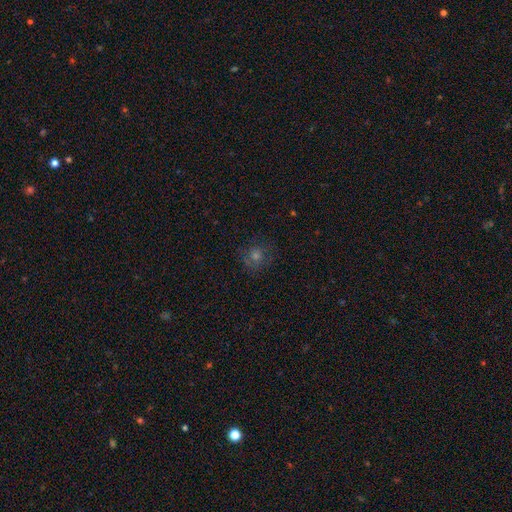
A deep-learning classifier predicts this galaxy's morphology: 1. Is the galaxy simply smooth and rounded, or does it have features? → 50% smooth, 28% star or artifact, 22% featured or disk.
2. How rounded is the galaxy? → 85% round, 14% in between, 1% cigar-shaped.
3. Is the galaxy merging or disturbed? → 79% none, 13% minor disturbance, 6% major disturbance, 1% merger.